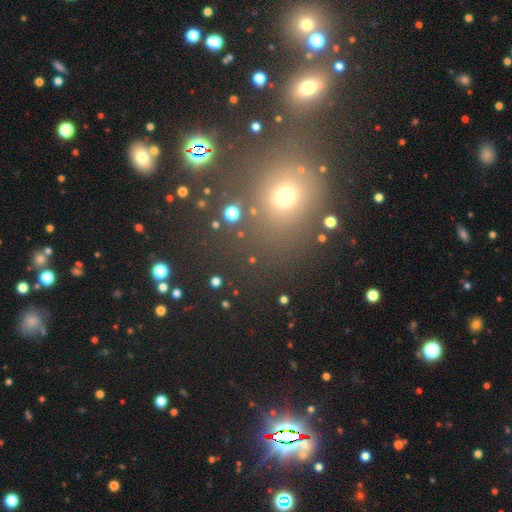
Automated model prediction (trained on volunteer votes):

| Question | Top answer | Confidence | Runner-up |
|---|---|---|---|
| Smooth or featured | star or artifact | 49% | smooth (43%) |